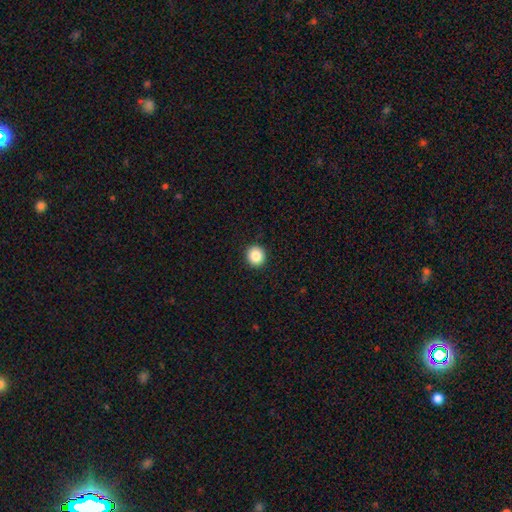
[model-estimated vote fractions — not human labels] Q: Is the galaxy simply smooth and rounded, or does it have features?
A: smooth — 87%.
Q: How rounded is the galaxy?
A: round — 92%.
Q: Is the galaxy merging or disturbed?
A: none — 93%.